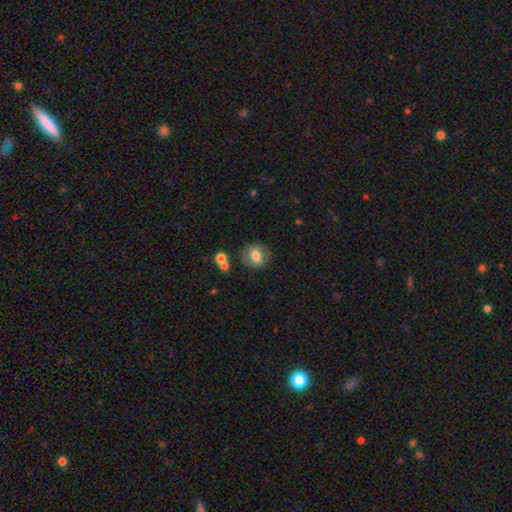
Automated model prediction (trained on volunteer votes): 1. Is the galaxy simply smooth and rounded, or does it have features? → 74% smooth, 18% featured or disk, 9% star or artifact.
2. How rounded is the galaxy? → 75% round, 24% in between, 1% cigar-shaped.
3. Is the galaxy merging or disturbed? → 81% none, 10% minor disturbance, 5% merger, 4% major disturbance.